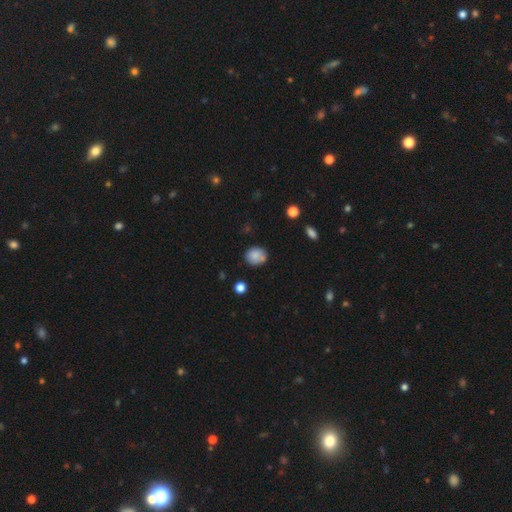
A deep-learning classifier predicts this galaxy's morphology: Smooth or featured? smooth (82%)
How rounded? round (64%)
Merging? none (71%)